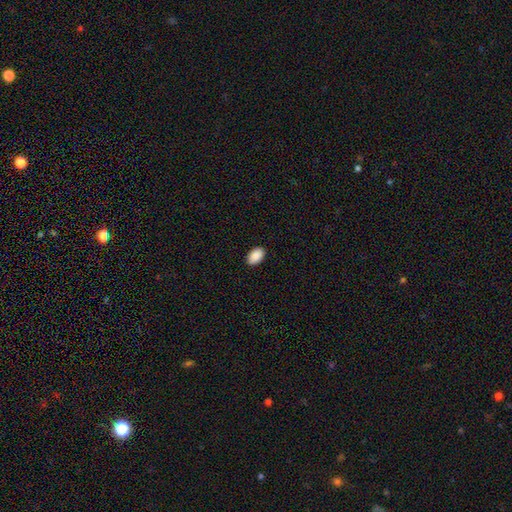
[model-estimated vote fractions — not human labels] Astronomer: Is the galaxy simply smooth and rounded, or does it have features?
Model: smooth — 90%.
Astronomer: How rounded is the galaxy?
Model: in between — 93%.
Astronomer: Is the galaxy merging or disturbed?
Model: none — 89%.